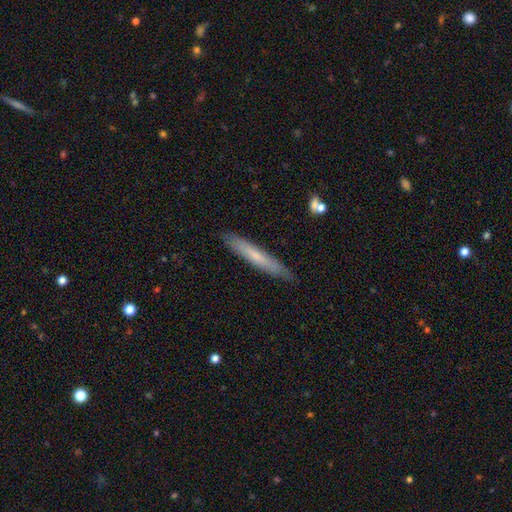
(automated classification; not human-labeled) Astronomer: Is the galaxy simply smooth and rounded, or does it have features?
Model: smooth — 62%.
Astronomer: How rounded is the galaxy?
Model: cigar-shaped — 94%.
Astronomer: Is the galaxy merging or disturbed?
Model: none — 86%.